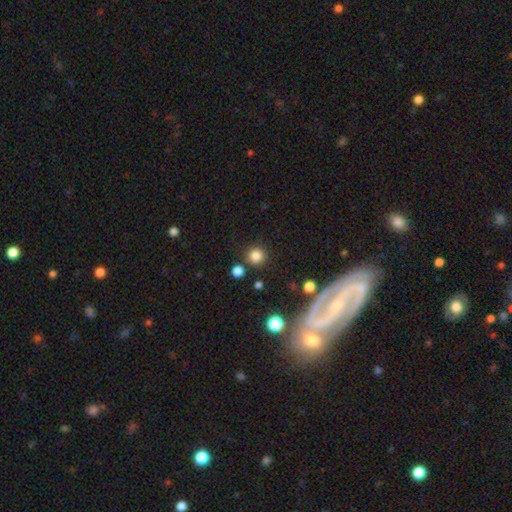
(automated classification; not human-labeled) Q: Smooth or featured?
A: smooth (81%); runner-up: star or artifact (14%)
Q: How rounded?
A: round (94%); runner-up: in between (5%)
Q: Merging?
A: none (85%); runner-up: minor disturbance (7%)